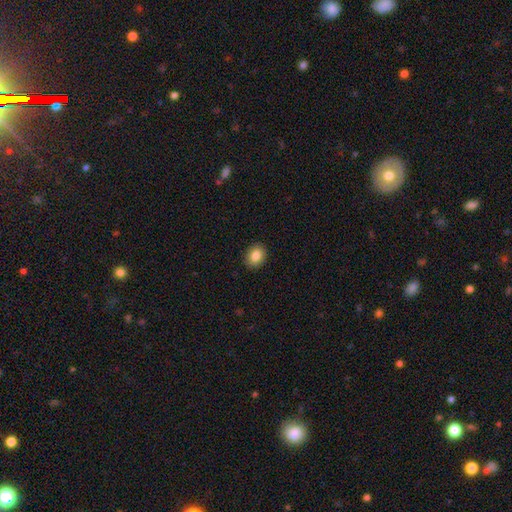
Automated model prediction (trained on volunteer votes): A smooth galaxy with no disk features (85%) that is in between round and cigar-shaped (55%).

Vote fractions:
- Smooth or featured? smooth: 85% / star or artifact: 8% / featured or disk: 6%
- How rounded? in between: 55% / round: 44% / cigar-shaped: 1%
- Merging? none: 90% / minor disturbance: 7% / major disturbance: 2% / merger: 1%